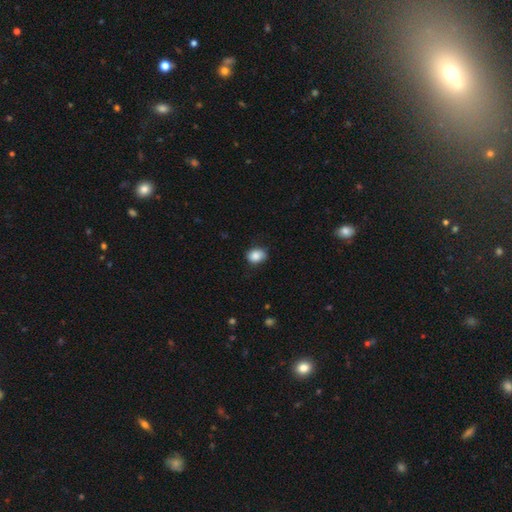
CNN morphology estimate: type=smooth (87%); roundness=in between (54%); merging=none (76%).